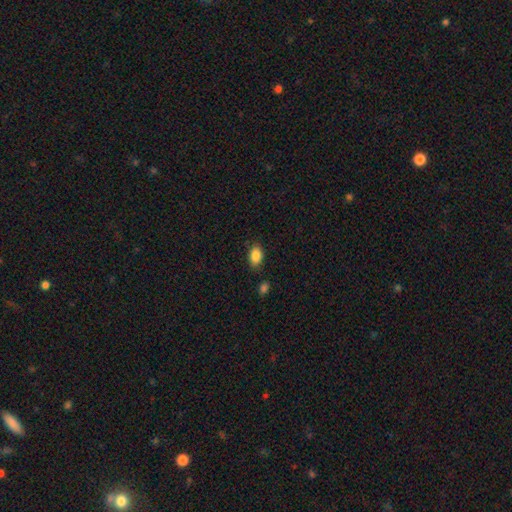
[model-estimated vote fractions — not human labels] Smooth or featured? smooth (87%)
How rounded? in between (88%)
Merging? none (81%)